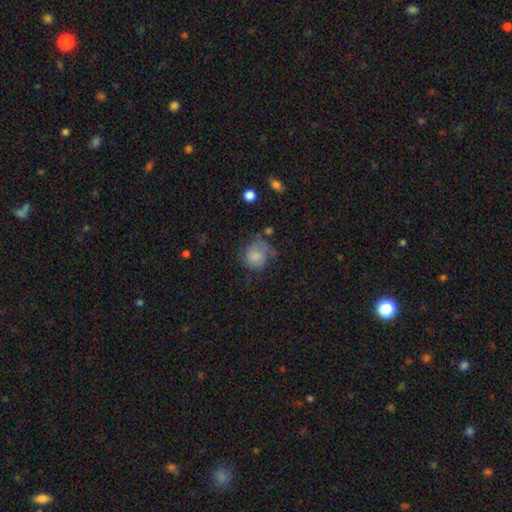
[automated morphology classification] Smooth or featured? smooth (69%)
How rounded? round (72%)
Merging? none (40%)